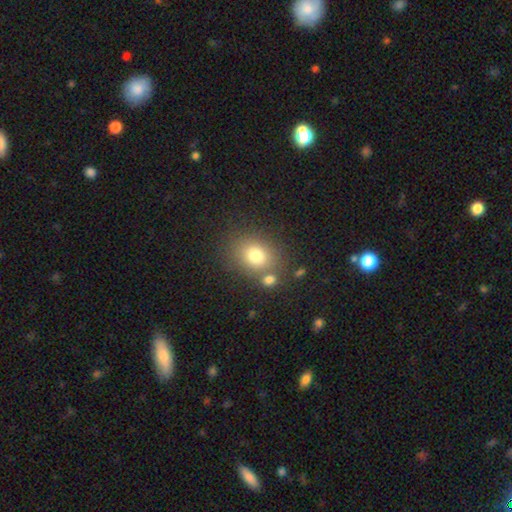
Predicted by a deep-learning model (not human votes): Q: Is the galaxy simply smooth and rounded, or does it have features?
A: smooth — 77%.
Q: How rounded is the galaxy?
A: round — 52%.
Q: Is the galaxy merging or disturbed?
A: none — 67%.